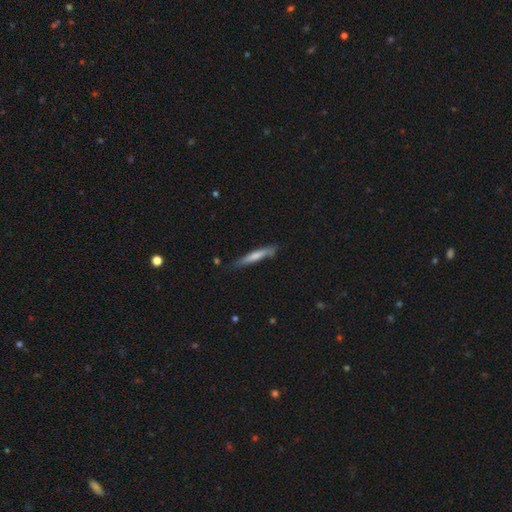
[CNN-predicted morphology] smooth-or-featured: smooth: 62% | featured or disk: 32% | star or artifact: 5%
  how-rounded: cigar-shaped: 93% | in between: 6% | round: 1%
  merging: none: 75% | minor disturbance: 20% | major disturbance: 3% | merger: 2%